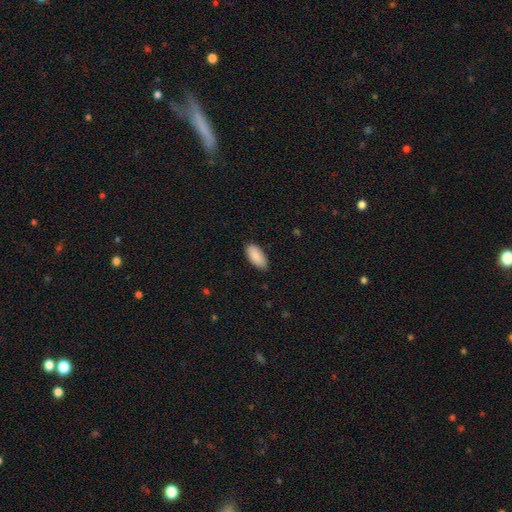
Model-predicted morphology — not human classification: Overall: smooth (90%). How rounded: in between (92%). Merging: none (87%).